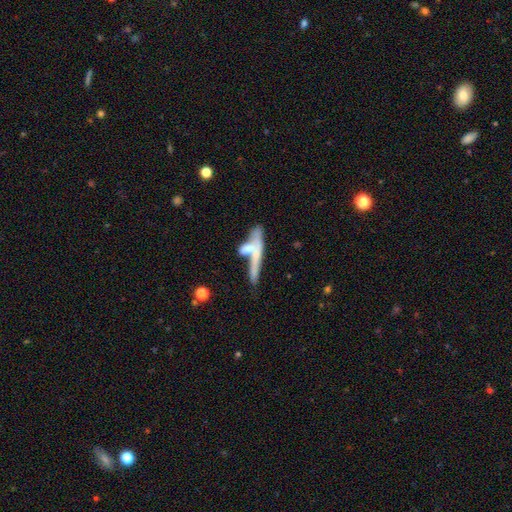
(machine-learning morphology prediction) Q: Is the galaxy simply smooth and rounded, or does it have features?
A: featured or disk — 47%.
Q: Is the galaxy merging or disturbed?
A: merger — 43%.